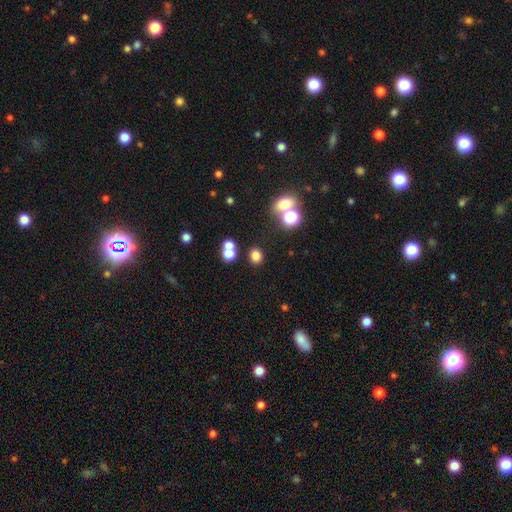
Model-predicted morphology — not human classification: The model was most divided on "how rounded": round: 67%, in between: 32%, cigar-shaped: 1%. More confident: smooth or featured — smooth (76%); merging — none (72%).